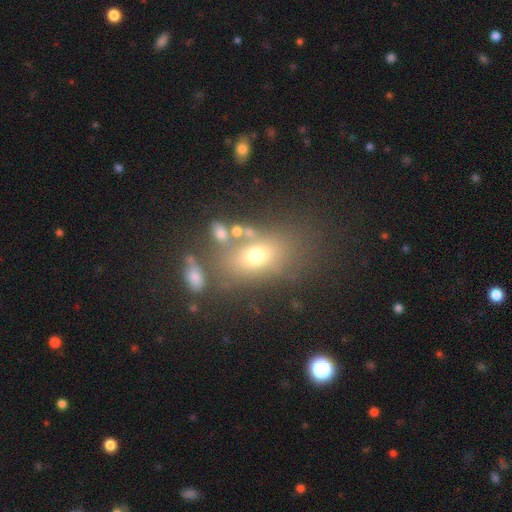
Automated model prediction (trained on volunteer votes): Smooth or featured: smooth — 64% (featured or disk — 20%)
How rounded: in between — 75% (round — 21%)
Merging: none — 63% (minor disturbance — 14%)